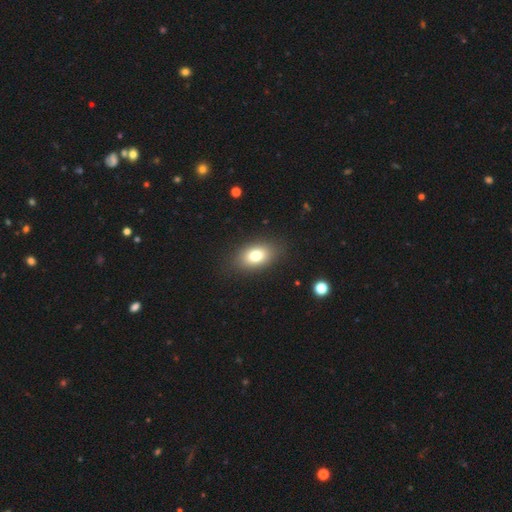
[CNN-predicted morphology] type=smooth (77%); roundness=in between (85%); merging=none (87%).